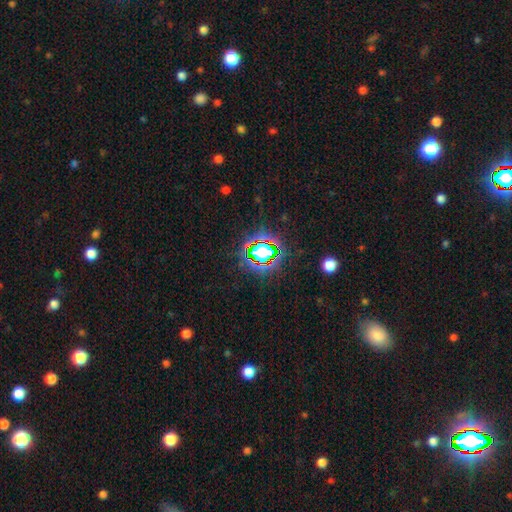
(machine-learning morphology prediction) This appears to be a star or artifact, not a galaxy (77%).